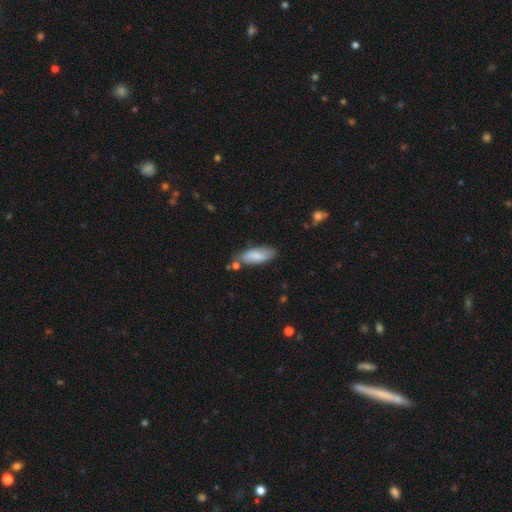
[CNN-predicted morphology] smooth-or-featured: smooth: 82% | featured or disk: 12% | star or artifact: 6%
  how-rounded: in between: 73% | cigar-shaped: 25% | round: 2%
  merging: none: 70% | minor disturbance: 19% | merger: 7% | major disturbance: 4%